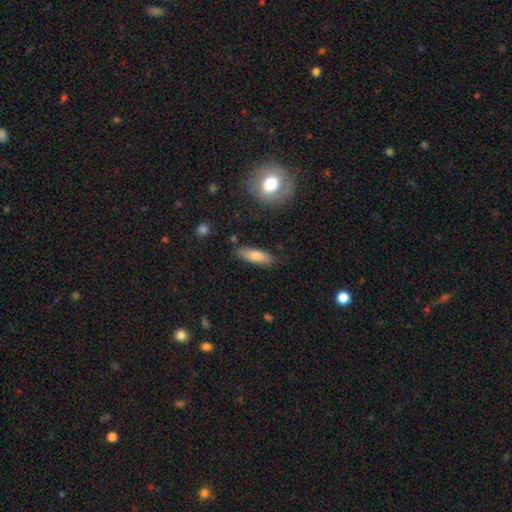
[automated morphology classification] type=smooth (77%); roundness=in between (53%); merging=none (82%).